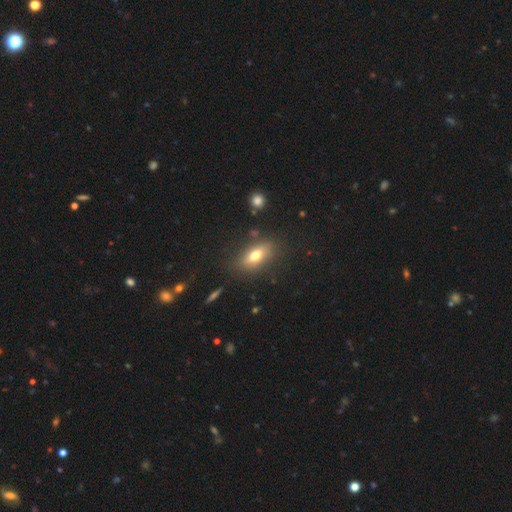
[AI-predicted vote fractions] smooth_or_featured: smooth (p=0.68) [alt: featured or disk p=0.22]
how_rounded: in between (p=0.80) [alt: cigar-shaped p=0.13]
merging: none (p=0.81) [alt: minor disturbance p=0.12]